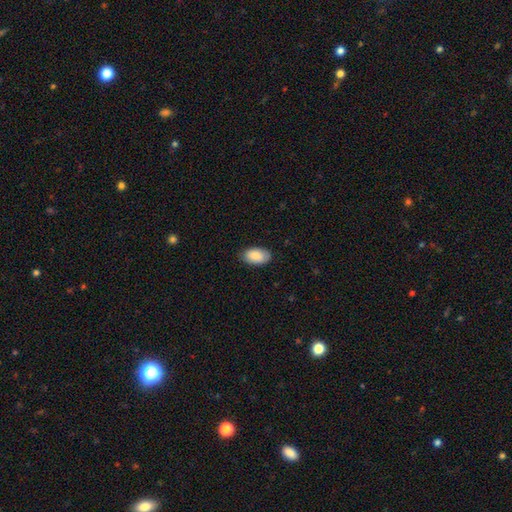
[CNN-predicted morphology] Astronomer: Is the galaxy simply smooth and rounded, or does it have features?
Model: smooth — 87%.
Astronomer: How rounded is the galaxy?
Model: in between — 95%.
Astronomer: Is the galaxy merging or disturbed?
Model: none — 83%.